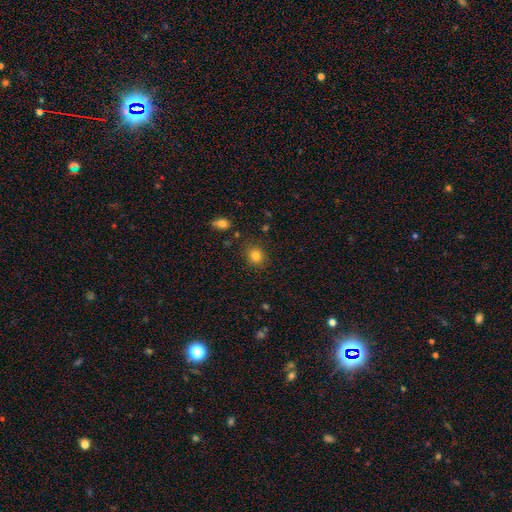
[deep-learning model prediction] A smooth galaxy with no disk features (82%) that is round (75%).

Vote fractions:
- Smooth or featured? smooth: 82% / star or artifact: 12% / featured or disk: 6%
- How rounded? round: 75% / in between: 24% / cigar-shaped: 1%
- Merging? none: 86% / minor disturbance: 9% / major disturbance: 3% / merger: 2%